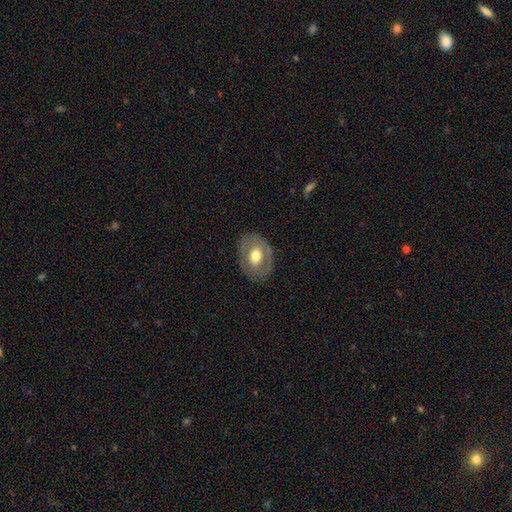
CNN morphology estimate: This is possibly a featured or disk galaxy (48%). Merging: likely none (79%).